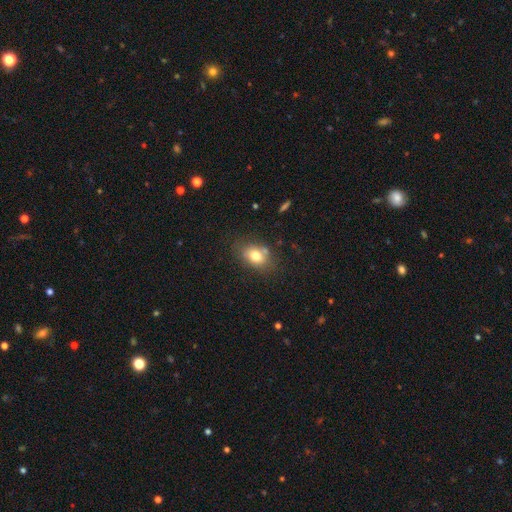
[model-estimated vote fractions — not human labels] Overall: smooth (76%). How rounded: in between (68%; round 31%). Merging: none (70%).